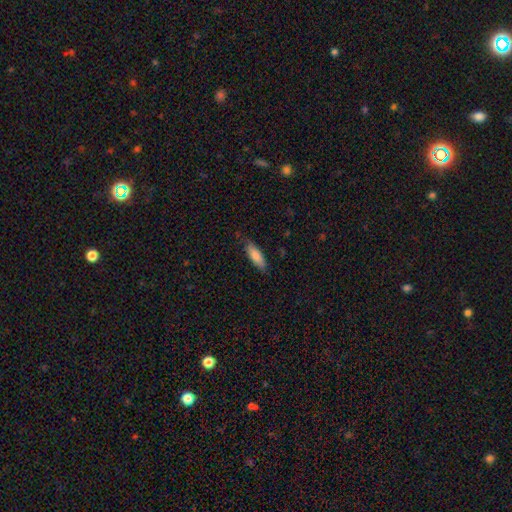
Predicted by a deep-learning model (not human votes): smooth 84%, featured or disk 11%, star or artifact 6%. Down the decision tree: how rounded — in between (57%); merging — none (76%).